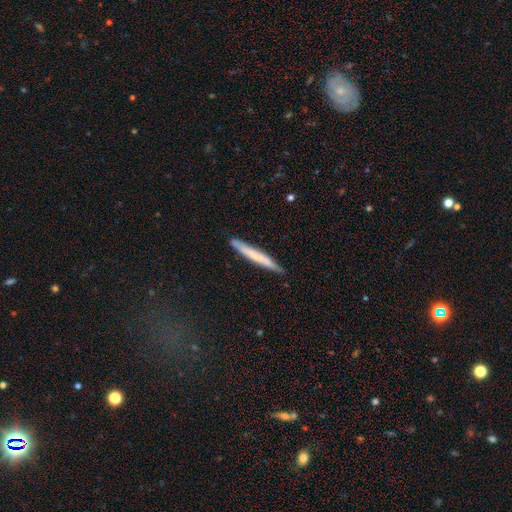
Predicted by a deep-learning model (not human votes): A smooth galaxy with no disk features (61%) that is cigar-shaped (97%).

Vote fractions:
- Smooth or featured? smooth: 61% / featured or disk: 33% / star or artifact: 6%
- How rounded? cigar-shaped: 97% / in between: 2% / round: 1%
- Merging? none: 88% / minor disturbance: 9% / major disturbance: 1% / merger: 1%